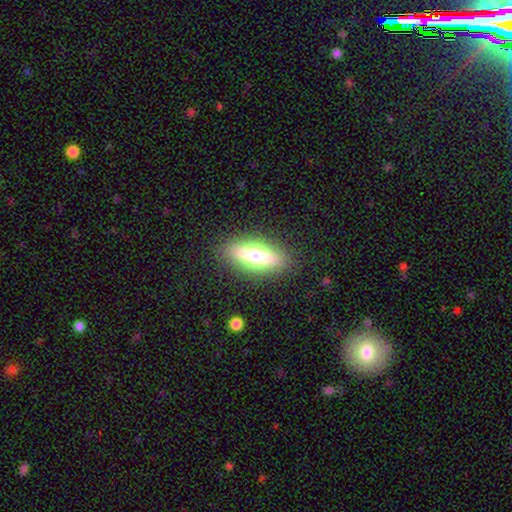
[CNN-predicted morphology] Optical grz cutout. It shows a smooth galaxy with no disk features (51%) that is in between round and cigar-shaped (63%). Merging: none (87%).